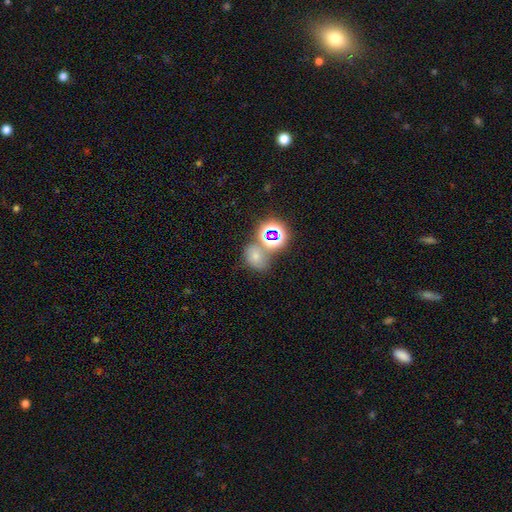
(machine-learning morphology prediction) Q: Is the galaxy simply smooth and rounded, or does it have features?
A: smooth — 59%.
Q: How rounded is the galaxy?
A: in between — 55%.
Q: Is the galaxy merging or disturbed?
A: none — 47%.